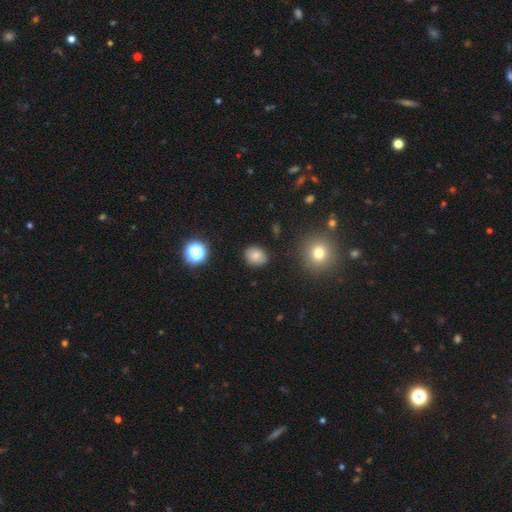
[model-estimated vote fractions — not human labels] Smooth or featured? Predicted: smooth (p=0.81). How rounded? Predicted: round (p=0.53). Merging? Predicted: none (p=0.87).